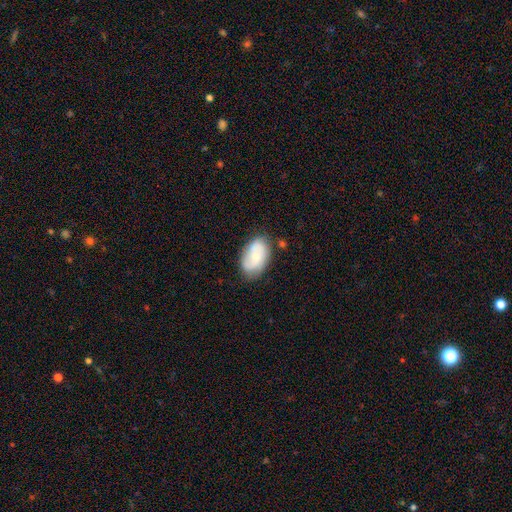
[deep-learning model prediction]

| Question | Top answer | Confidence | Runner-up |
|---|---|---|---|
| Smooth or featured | smooth | 55% | featured or disk (39%) |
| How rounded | in between | 89% | round (10%) |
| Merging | none | 70% | minor disturbance (22%) |